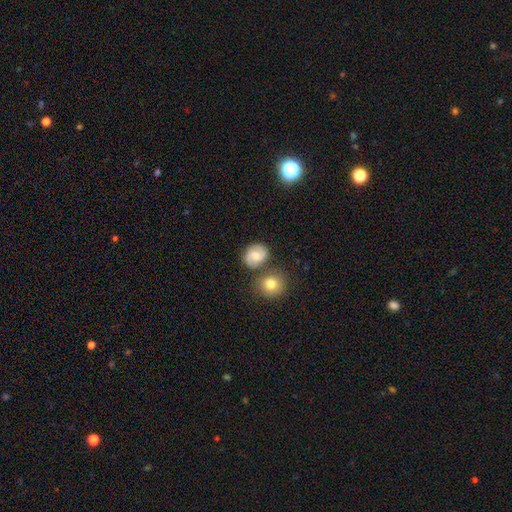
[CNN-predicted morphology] Smooth or featured?
  - featured or disk: 46% *
  - smooth: 45%
  - star or artifact: 9%
Merging?
  - none: 69% *
  - minor disturbance: 14%
  - merger: 13%
  - major disturbance: 4%